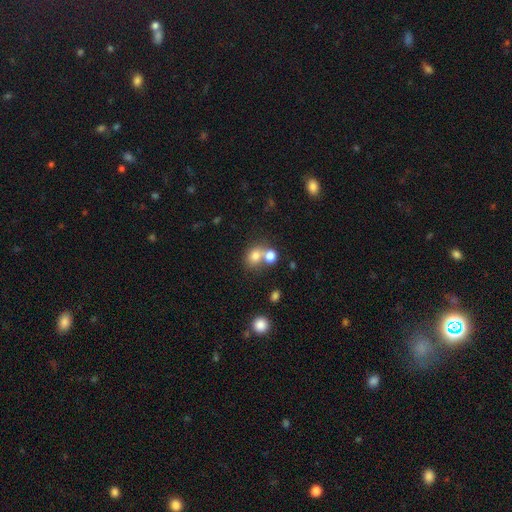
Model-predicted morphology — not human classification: Smooth or featured? smooth (76%)
How rounded? round (62%)
Merging? merger (47%)